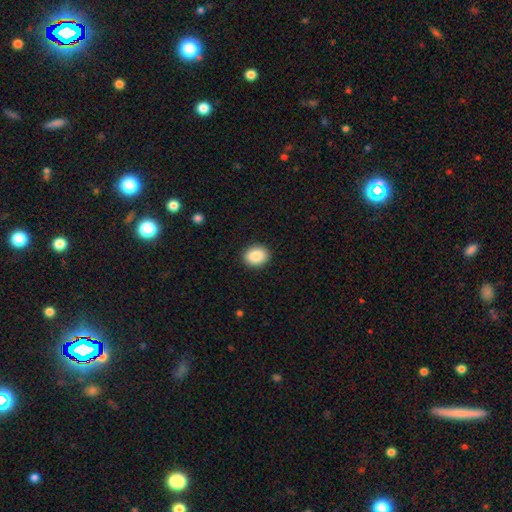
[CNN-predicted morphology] Smooth or featured?
  - smooth: 87% *
  - star or artifact: 8%
  - featured or disk: 5%
How rounded?
  - in between: 51% *
  - round: 48%
  - cigar-shaped: 1%
Merging?
  - none: 90% *
  - minor disturbance: 7%
  - major disturbance: 2%
  - merger: 1%